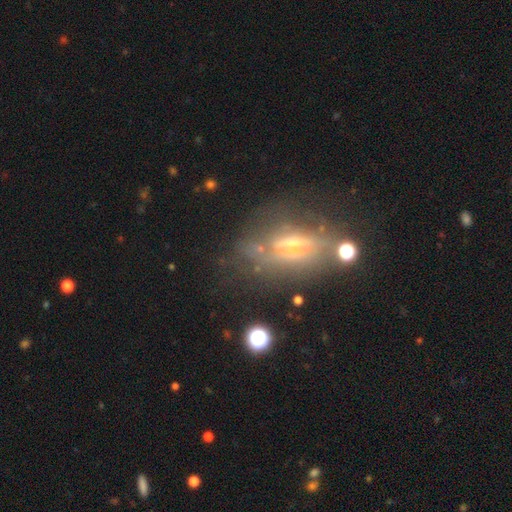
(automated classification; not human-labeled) This appears to be a featured or disk galaxy (51%). Merging: none (55%).